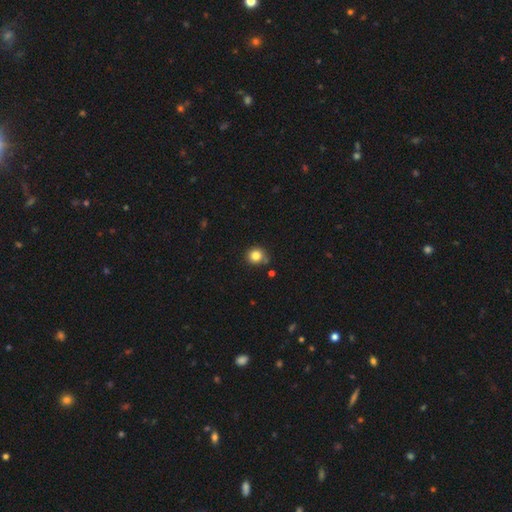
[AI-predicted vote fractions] Overall: smooth (82%). How rounded: round (90%). Merging: none (76%).